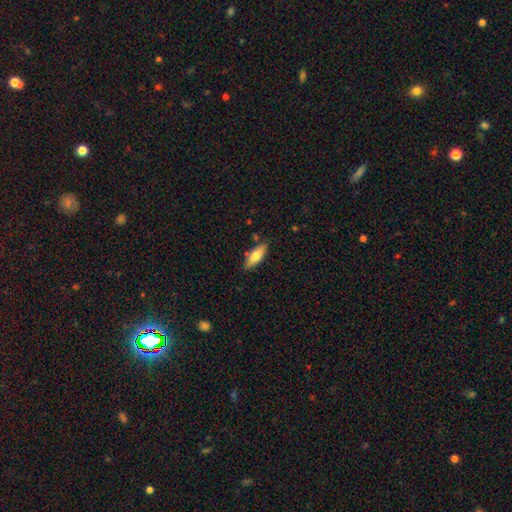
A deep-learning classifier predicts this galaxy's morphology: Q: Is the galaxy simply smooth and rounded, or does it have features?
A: smooth — 77%.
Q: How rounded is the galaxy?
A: in between — 70%.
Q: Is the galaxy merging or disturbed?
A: none — 82%.